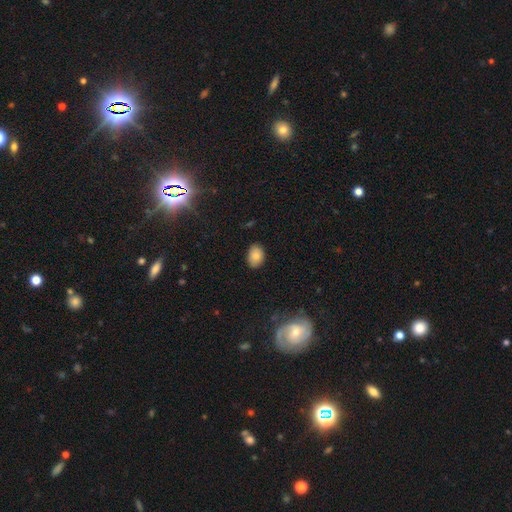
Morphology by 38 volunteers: Overall: smooth (84%). How rounded: in between (72%). Merging: none (74%).